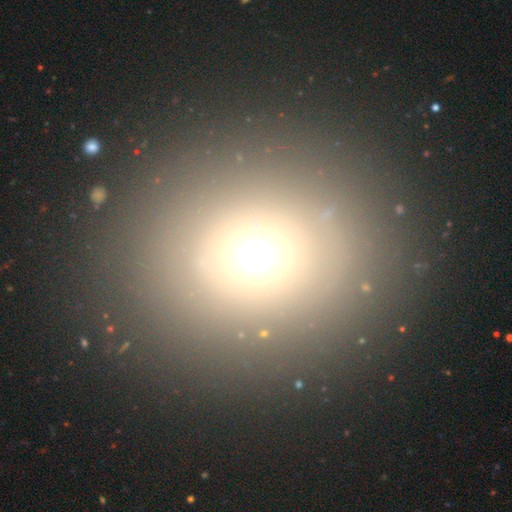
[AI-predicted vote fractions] A smooth galaxy with no disk features (64%) that is round (85%).

Vote fractions:
- Smooth or featured? smooth: 64% / star or artifact: 22% / featured or disk: 14%
- How rounded? round: 85% / in between: 14% / cigar-shaped: 1%
- Merging? none: 87% / minor disturbance: 7% / major disturbance: 4% / merger: 2%